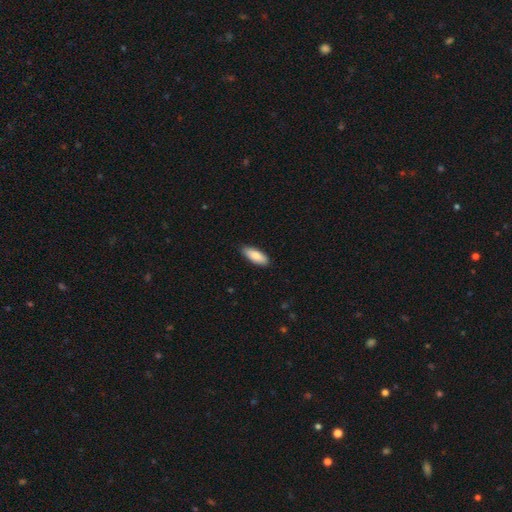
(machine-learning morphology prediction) The model was most divided on "how rounded": in between: 77%, cigar-shaped: 21%, round: 2%. More confident: merging — none (86%); smooth or featured — smooth (85%).